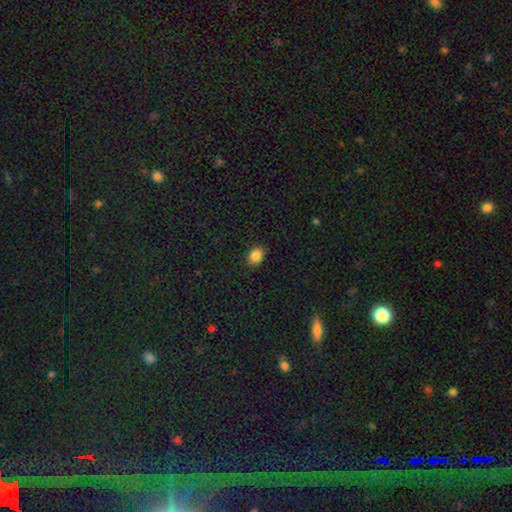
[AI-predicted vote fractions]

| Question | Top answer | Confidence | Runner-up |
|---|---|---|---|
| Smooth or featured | smooth | 85% | star or artifact (10%) |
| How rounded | in between | 58% | round (41%) |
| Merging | none | 86% | minor disturbance (11%) |